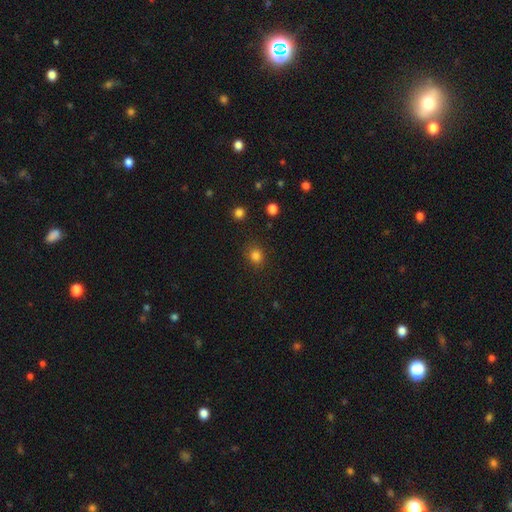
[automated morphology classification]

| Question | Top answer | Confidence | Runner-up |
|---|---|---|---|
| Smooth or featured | smooth | 82% | star or artifact (14%) |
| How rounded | round | 74% | in between (25%) |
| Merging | none | 84% | minor disturbance (11%) |